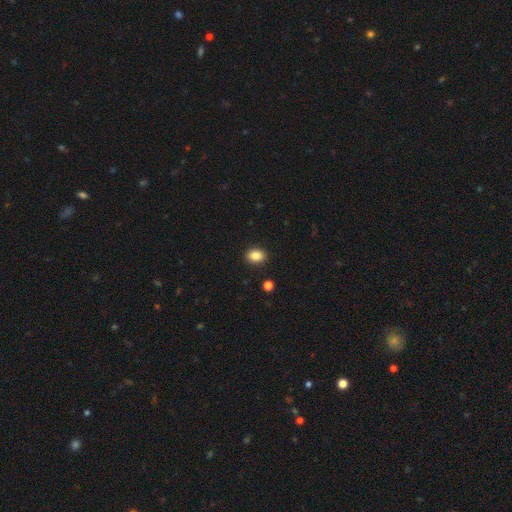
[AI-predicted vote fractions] Smooth or featured?
  - smooth: 86% *
  - star or artifact: 9%
  - featured or disk: 5%
How rounded?
  - in between: 72% *
  - round: 27%
  - cigar-shaped: 1%
Merging?
  - none: 90% *
  - minor disturbance: 7%
  - major disturbance: 2%
  - merger: 1%